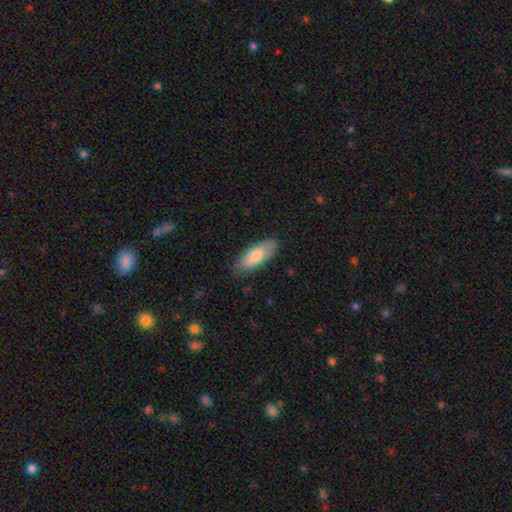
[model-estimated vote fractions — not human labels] Q: Smooth or featured?
A: smooth (74%); runner-up: featured or disk (20%)
Q: How rounded?
A: in between (74%); runner-up: cigar-shaped (24%)
Q: Merging?
A: none (83%); runner-up: minor disturbance (13%)